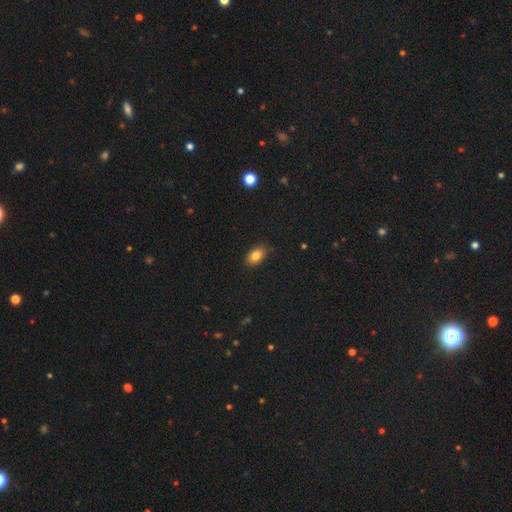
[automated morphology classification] Overall: smooth (83%). How rounded: in between (88%). Merging: none (85%).